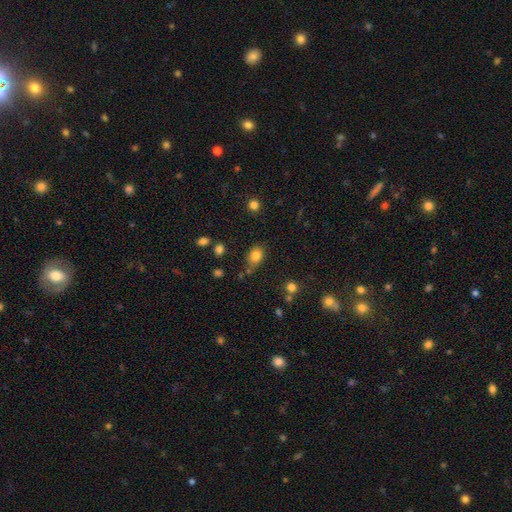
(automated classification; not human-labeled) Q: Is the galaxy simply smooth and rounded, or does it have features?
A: smooth — 81%.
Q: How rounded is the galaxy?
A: in between — 64%.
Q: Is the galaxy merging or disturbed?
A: none — 68%.